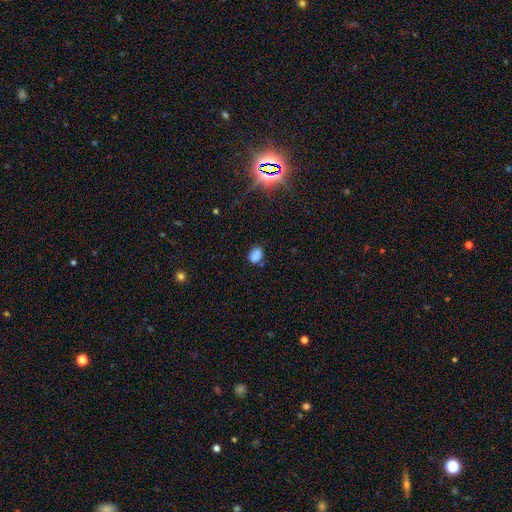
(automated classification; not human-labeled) Overall: smooth (82%). How rounded: in between (75%). Merging: none (71%).